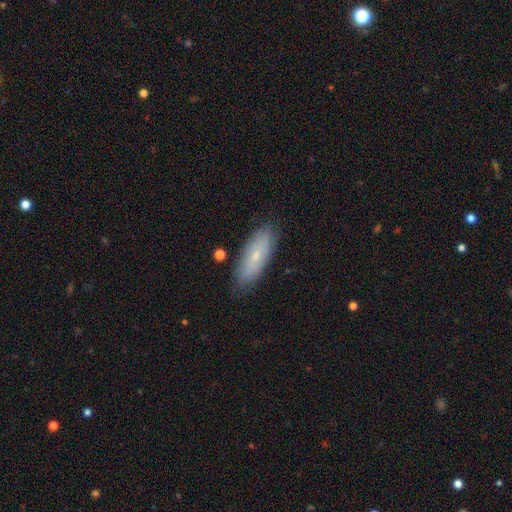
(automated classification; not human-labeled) Smooth or featured? smooth (60%)
How rounded? in between (66%)
Merging? none (82%)